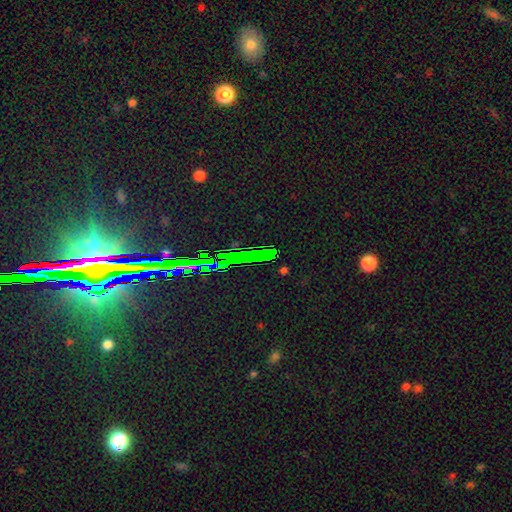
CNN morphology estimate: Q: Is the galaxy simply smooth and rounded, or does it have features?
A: star or artifact — 69%.